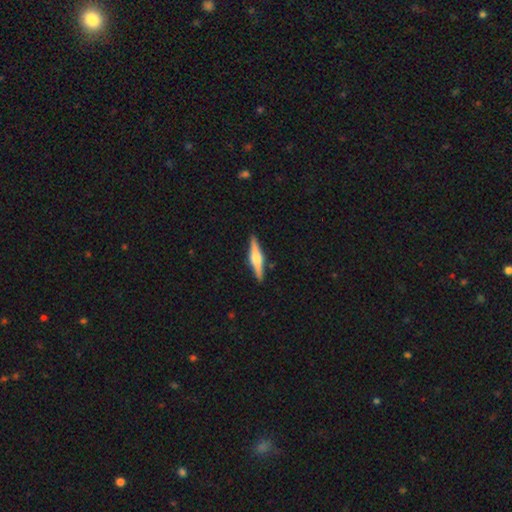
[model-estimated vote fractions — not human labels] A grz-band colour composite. It shows a featured or disk galaxy (71%) viewed edge-on (98%) with a rounded central bulge (86%). Merging: none (91%).